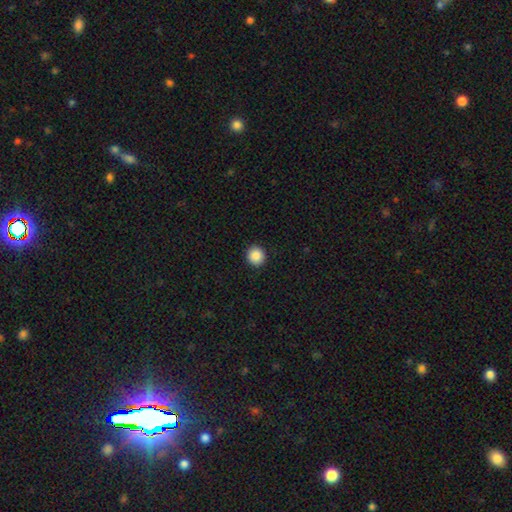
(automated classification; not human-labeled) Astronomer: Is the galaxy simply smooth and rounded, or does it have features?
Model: smooth — 89%.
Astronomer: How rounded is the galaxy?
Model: round — 92%.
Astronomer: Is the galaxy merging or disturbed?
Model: none — 92%.